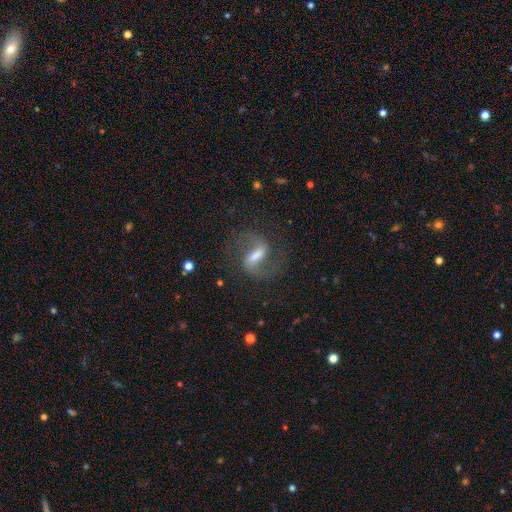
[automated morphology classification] Overall: featured or disk (82%). Edge-on disk: no (96%). Bar: strong (56%; weak 37%). Spiral arms: yes (95%). Spiral arm count: 2 (92%). Spiral winding: medium (53%; loose 37%). Bulge size: moderate (37%; small 25%). Merging: none (75%).